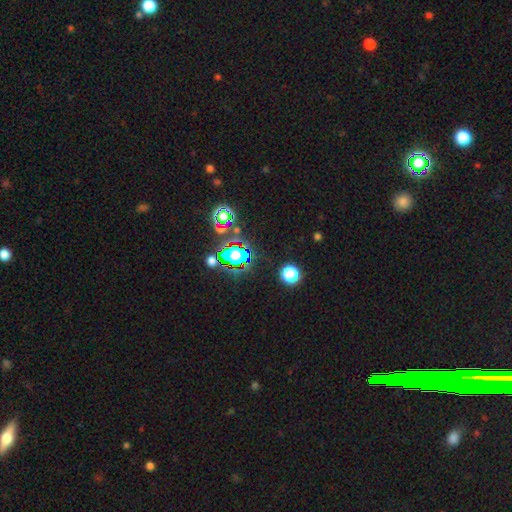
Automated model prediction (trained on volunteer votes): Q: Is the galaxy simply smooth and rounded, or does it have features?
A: star or artifact — 78%.